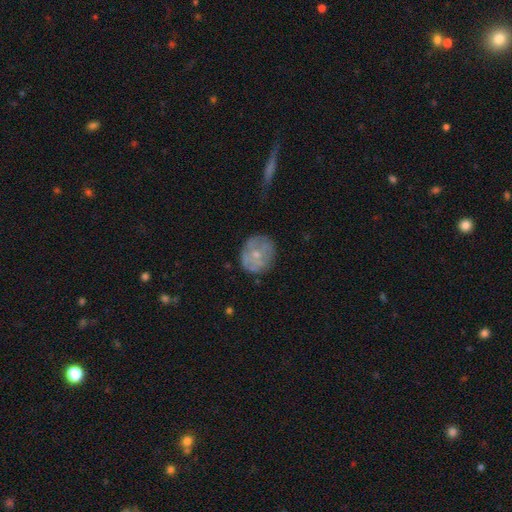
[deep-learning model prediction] This appears to be a smooth galaxy with no disk features (52%) that is round (79%). Merging: none (70%).